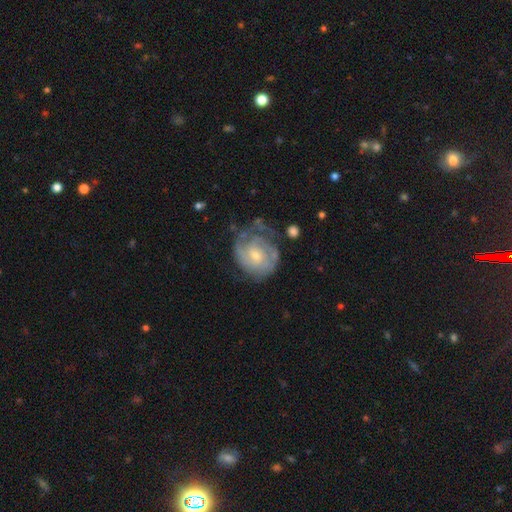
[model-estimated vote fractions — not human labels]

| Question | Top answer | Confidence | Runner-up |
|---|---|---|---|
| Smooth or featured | featured or disk | 77% | smooth (18%) |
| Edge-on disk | no | 98% | yes (2%) |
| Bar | no | 61% | weak (34%) |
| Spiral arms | yes | 89% | no (11%) |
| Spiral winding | tight | 63% | medium (28%) |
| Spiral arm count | can't tell | 38% | 2 (35%) |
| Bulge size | small | 50% | moderate (43%) |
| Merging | none | 55% | minor disturbance (26%) |